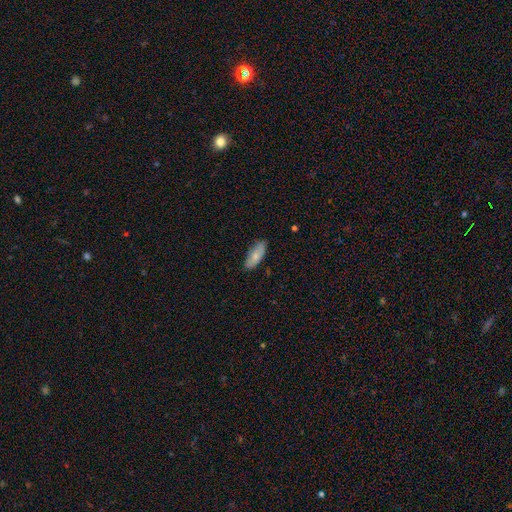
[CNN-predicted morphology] smooth 78%, featured or disk 16%, star or artifact 6%. Down the decision tree: how rounded — in between (78%); merging — none (80%).